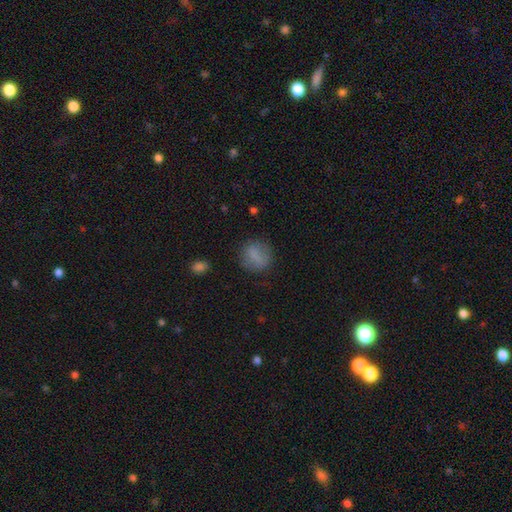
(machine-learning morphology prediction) Overall: smooth (75%). How rounded: round (69%; in between 29%). Merging: none (77%).